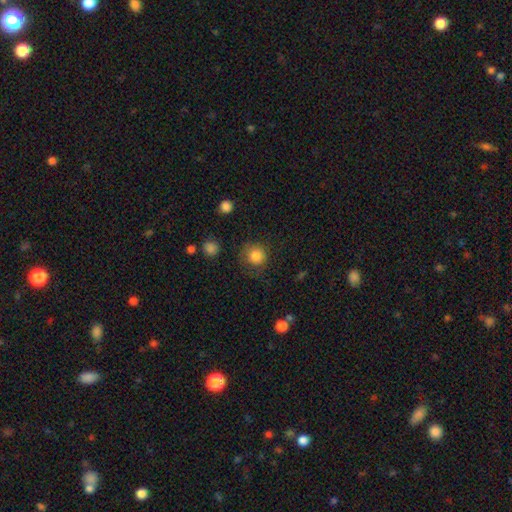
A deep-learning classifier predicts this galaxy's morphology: The model was most divided on "merging": none: 75%, minor disturbance: 15%, major disturbance: 8%, merger: 2%. More confident: how rounded — round (92%); smooth or featured — smooth (84%).